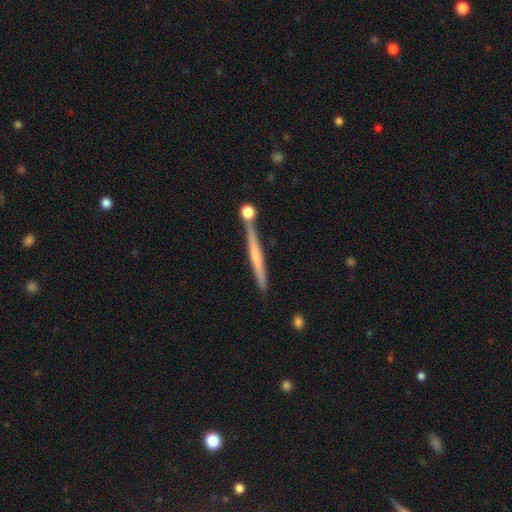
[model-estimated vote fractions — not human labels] featured or disk 58%, smooth 36%, star or artifact 7%. Down the decision tree: edge-on disk — yes (97%); edge-on bulge — none (58%); merging — none (78%).